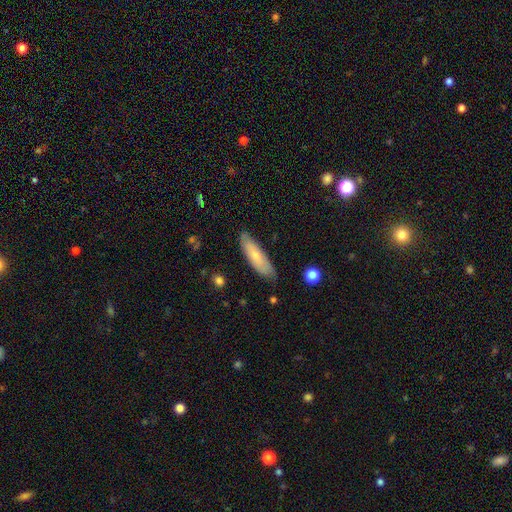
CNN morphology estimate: This appears to be a smooth galaxy with no disk features (69%) that is cigar-shaped (62%). Merging: none (80%).